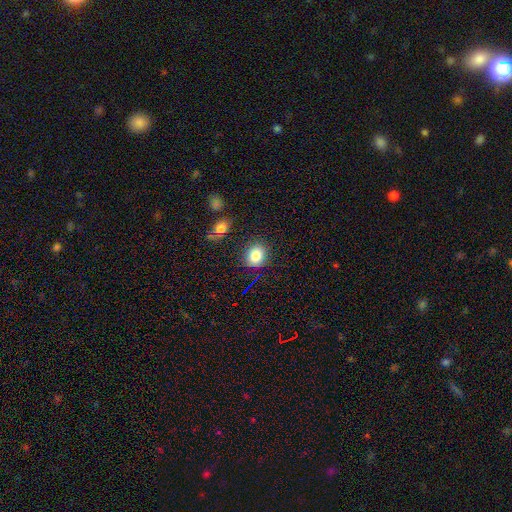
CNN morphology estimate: Smooth or featured: smooth — 81% (star or artifact — 11%)
How rounded: round — 72% (in between — 27%)
Merging: none — 86% (minor disturbance — 9%)